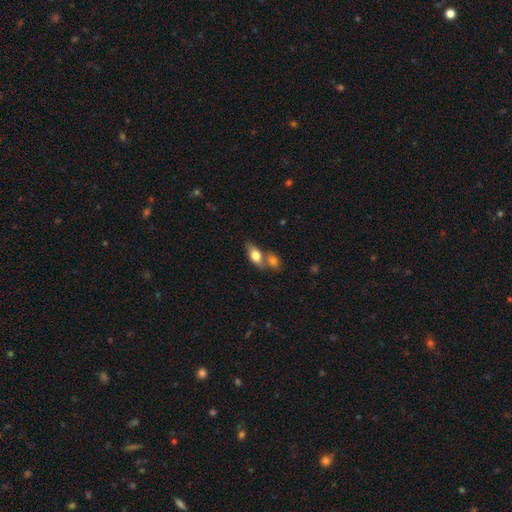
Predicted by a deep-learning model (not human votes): smooth 73%, featured or disk 19%, star or artifact 7%. Down the decision tree: how rounded — in between (82%); merging — merger (47%).